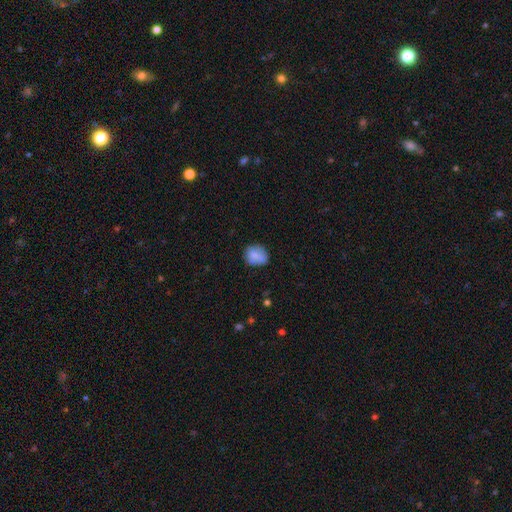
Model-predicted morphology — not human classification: smooth_or_featured: smooth (p=0.73) [alt: featured or disk p=0.18]
how_rounded: round (p=0.61) [alt: in between p=0.38]
merging: none (p=0.63) [alt: minor disturbance p=0.23]